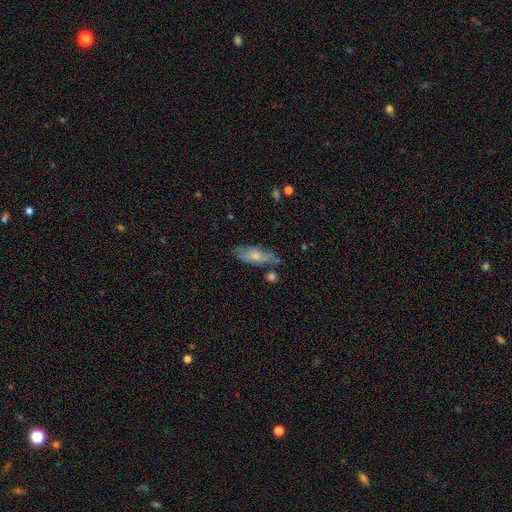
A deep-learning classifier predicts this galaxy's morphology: smooth 59%, featured or disk 34%, star or artifact 7%. Down the decision tree: how rounded — in between (62%); merging — none (67%).